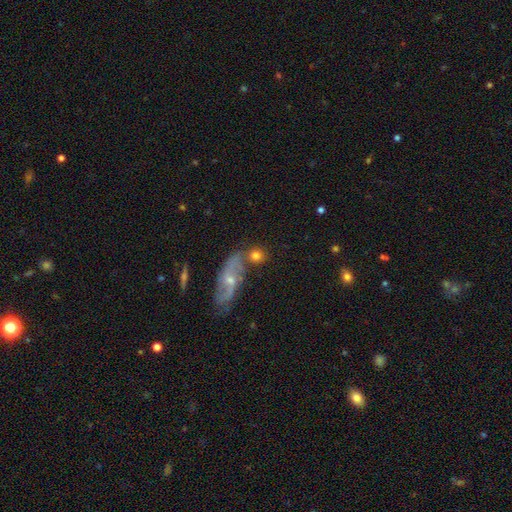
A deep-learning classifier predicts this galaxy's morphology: smooth 72%, featured or disk 20%, star or artifact 9%. Down the decision tree: how rounded — round (81%); merging — none (60%).